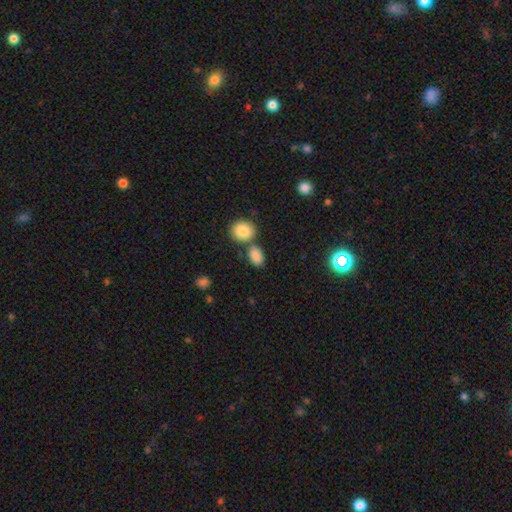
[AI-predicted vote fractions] Q: Smooth or featured?
A: smooth (86%); runner-up: star or artifact (9%)
Q: How rounded?
A: in between (82%); runner-up: round (16%)
Q: Merging?
A: none (59%); runner-up: merger (26%)